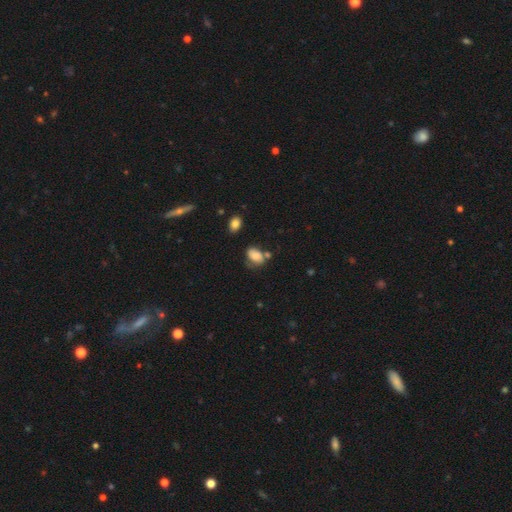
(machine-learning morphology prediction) A smooth galaxy with no disk features (73%) that is in between round and cigar-shaped (75%).

Vote fractions:
- Smooth or featured? smooth: 73% / featured or disk: 17% / star or artifact: 10%
- How rounded? in between: 75% / round: 24% / cigar-shaped: 1%
- Merging? none: 40% / minor disturbance: 31% / major disturbance: 16% / merger: 14%